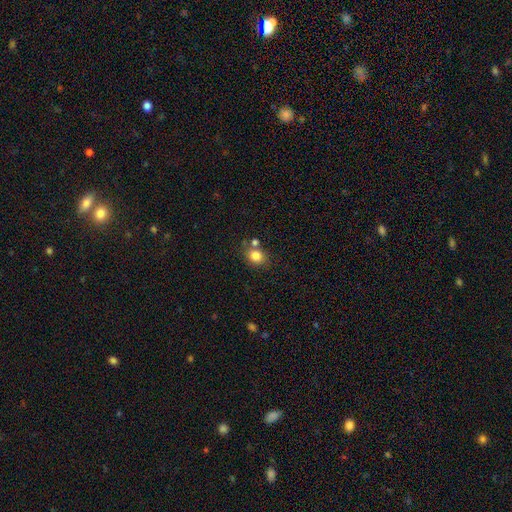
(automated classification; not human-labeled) This is clearly a smooth galaxy (82%). How rounded: likely round (65%). Merging: likely none (65%).